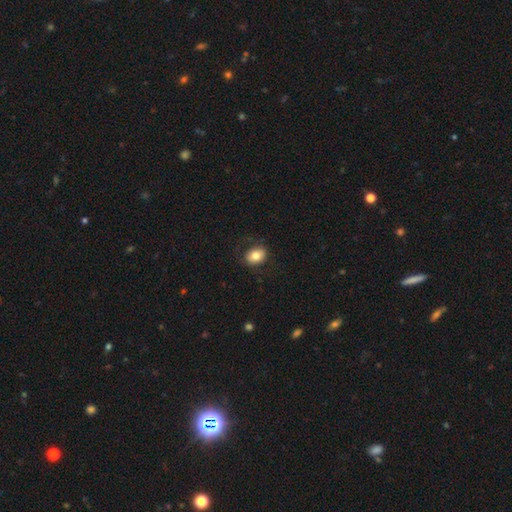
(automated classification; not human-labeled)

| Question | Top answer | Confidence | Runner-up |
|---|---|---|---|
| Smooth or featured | smooth | 78% | featured or disk (13%) |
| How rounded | in between | 62% | round (37%) |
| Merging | none | 78% | minor disturbance (15%) |